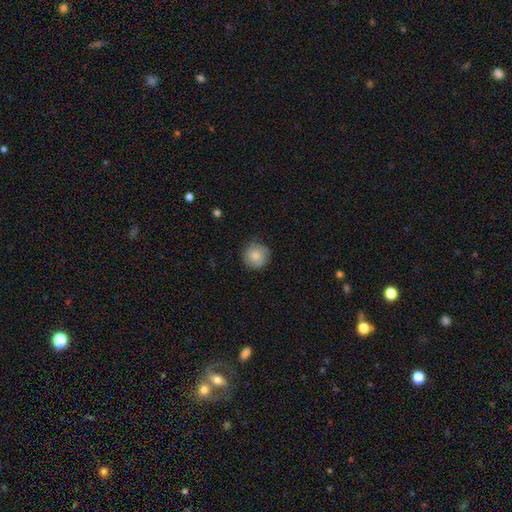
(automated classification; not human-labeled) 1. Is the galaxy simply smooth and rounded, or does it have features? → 81% smooth, 12% featured or disk, 7% star or artifact.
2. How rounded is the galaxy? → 94% round, 6% in between, 1% cigar-shaped.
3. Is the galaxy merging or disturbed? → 82% none, 14% minor disturbance, 3% major disturbance, 1% merger.